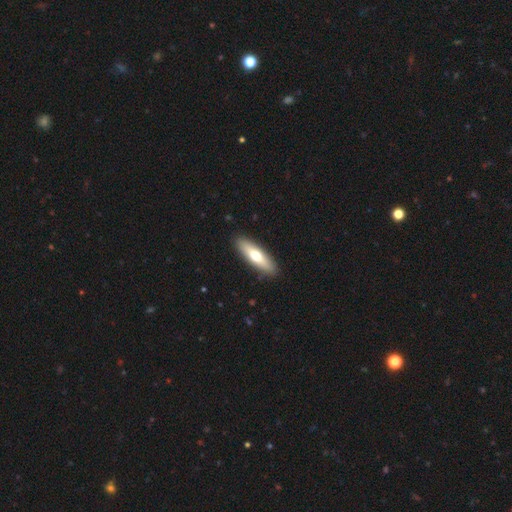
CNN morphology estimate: smooth 62%, featured or disk 32%, star or artifact 5%. Down the decision tree: how rounded — cigar-shaped (58%); merging — none (91%).